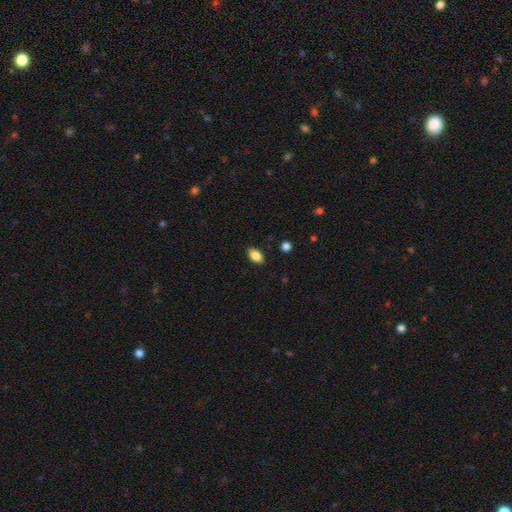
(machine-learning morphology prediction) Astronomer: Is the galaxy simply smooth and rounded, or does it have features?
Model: smooth — 85%.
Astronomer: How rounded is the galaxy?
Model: in between — 92%.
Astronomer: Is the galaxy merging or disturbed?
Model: none — 88%.